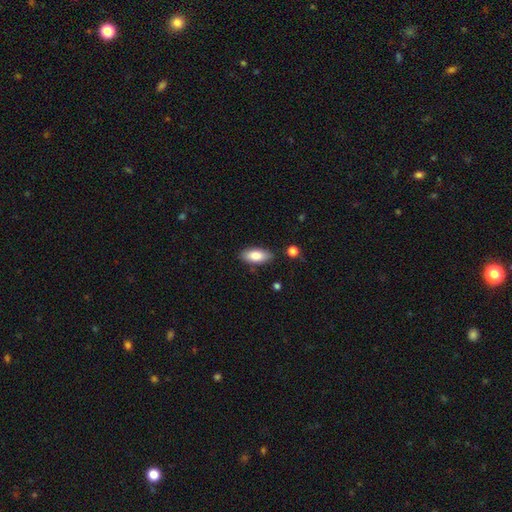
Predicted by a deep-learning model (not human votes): Morphology: type=smooth (83%); roundness=in between (87%); merging=none (84%).